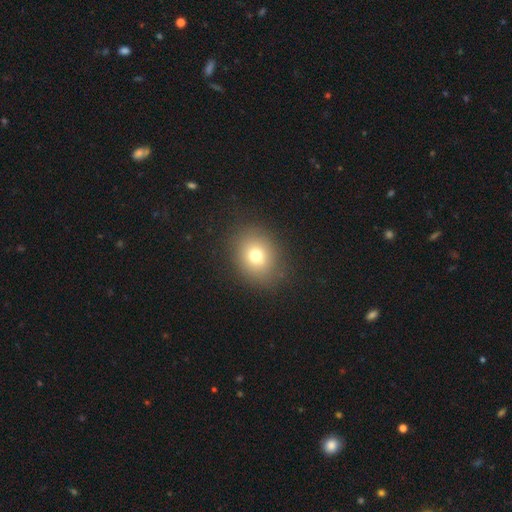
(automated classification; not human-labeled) smooth 73%, star or artifact 14%, featured or disk 13%. Down the decision tree: how rounded — round (62%); merging — none (85%).